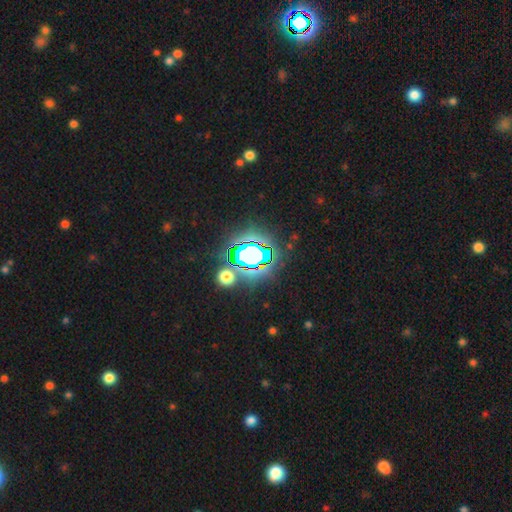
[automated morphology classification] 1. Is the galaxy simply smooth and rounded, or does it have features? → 85% star or artifact, 9% smooth, 6% featured or disk.